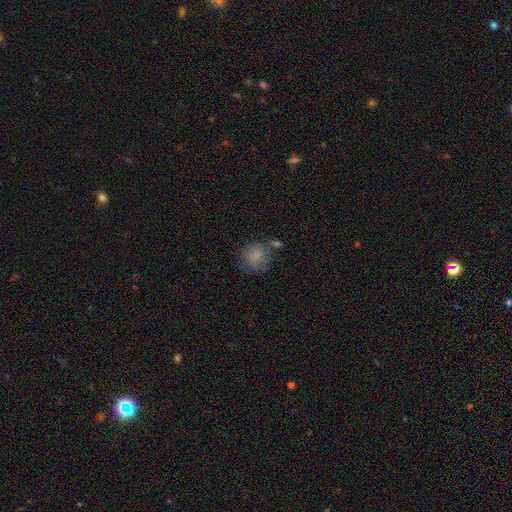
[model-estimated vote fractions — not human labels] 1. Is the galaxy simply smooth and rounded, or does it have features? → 83% smooth, 9% star or artifact, 8% featured or disk.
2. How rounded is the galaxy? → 85% round, 14% in between, 1% cigar-shaped.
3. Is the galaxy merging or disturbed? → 62% none, 18% minor disturbance, 13% merger, 7% major disturbance.